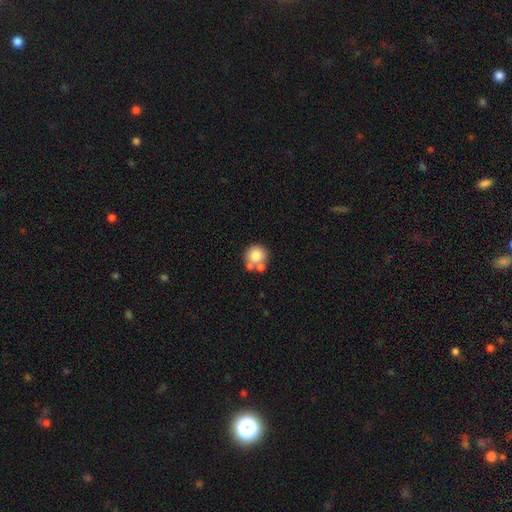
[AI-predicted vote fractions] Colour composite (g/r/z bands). It shows a smooth galaxy with no disk features (76%) that is round (91%). Merging: none (56%).